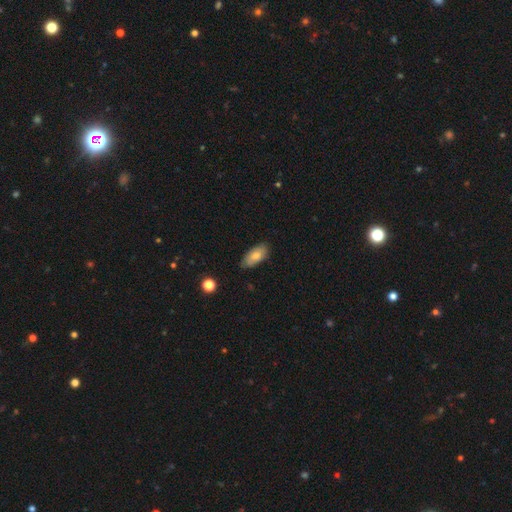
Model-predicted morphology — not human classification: A smooth galaxy with no disk features (77%) that is in between round and cigar-shaped (91%). Merging: none (79%).